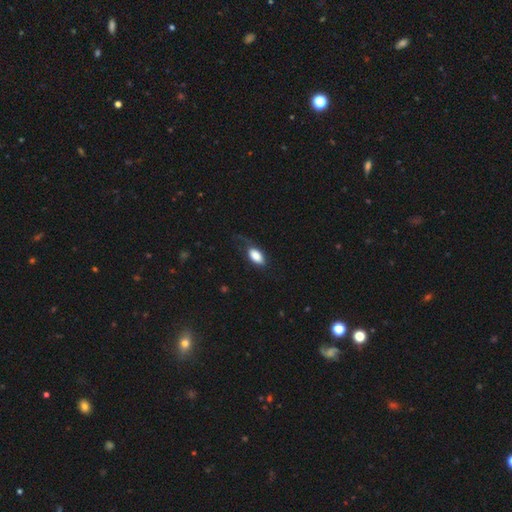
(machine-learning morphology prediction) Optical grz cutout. It shows a smooth galaxy with no disk features (85%) that is in between round and cigar-shaped (93%). Merging: none (54%).